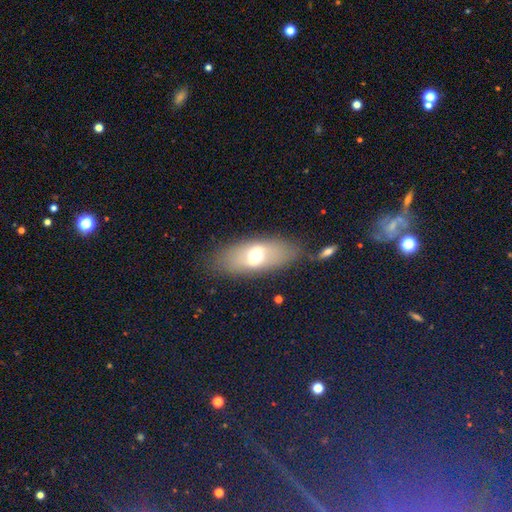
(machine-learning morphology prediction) Smooth or featured: smooth — 53% (featured or disk — 38%)
How rounded: in between — 81% (cigar-shaped — 14%)
Merging: none — 79% (minor disturbance — 12%)